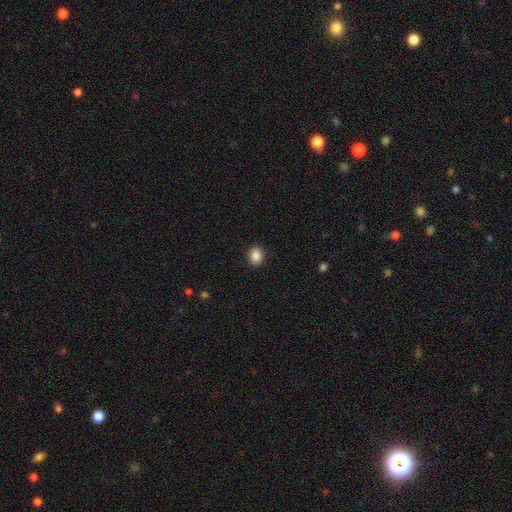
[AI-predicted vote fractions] Overall: smooth (88%). How rounded: round (56%; in between 43%). Merging: none (90%).